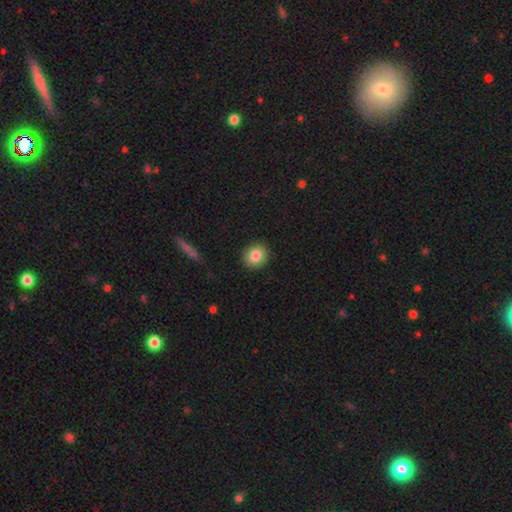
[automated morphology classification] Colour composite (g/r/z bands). It shows a smooth galaxy with no disk features (84%) that is round (80%). Merging: none (91%).